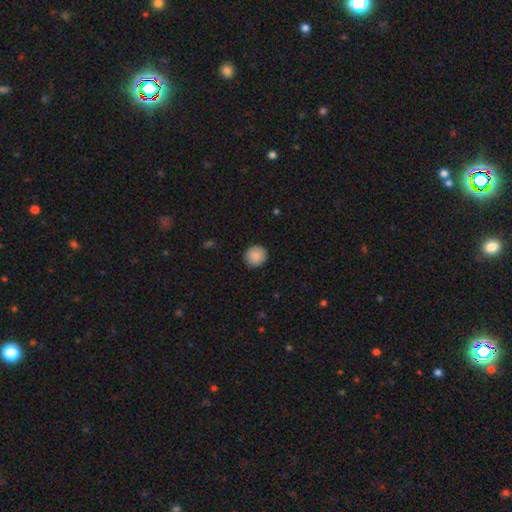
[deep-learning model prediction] Q: Smooth or featured?
A: smooth (88%); runner-up: star or artifact (8%)
Q: How rounded?
A: round (92%); runner-up: in between (7%)
Q: Merging?
A: none (91%); runner-up: minor disturbance (6%)